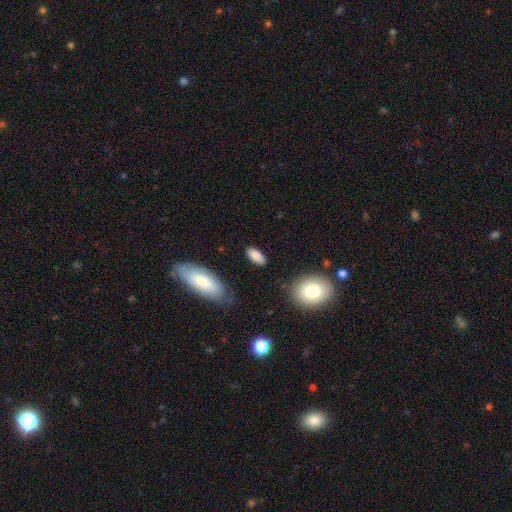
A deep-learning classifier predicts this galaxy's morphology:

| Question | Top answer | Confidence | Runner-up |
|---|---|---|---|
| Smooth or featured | smooth | 86% | featured or disk (7%) |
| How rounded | in between | 87% | cigar-shaped (10%) |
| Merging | none | 83% | minor disturbance (12%) |